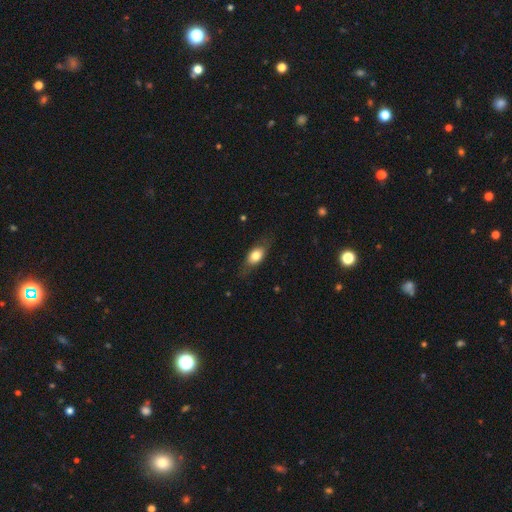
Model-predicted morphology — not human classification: A smooth galaxy with no disk features (71%) that is in between round and cigar-shaped (78%).

Vote fractions:
- Smooth or featured? smooth: 71% / featured or disk: 22% / star or artifact: 7%
- How rounded? in between: 78% / cigar-shaped: 12% / round: 10%
- Merging? none: 74% / minor disturbance: 19% / major disturbance: 6% / merger: 1%